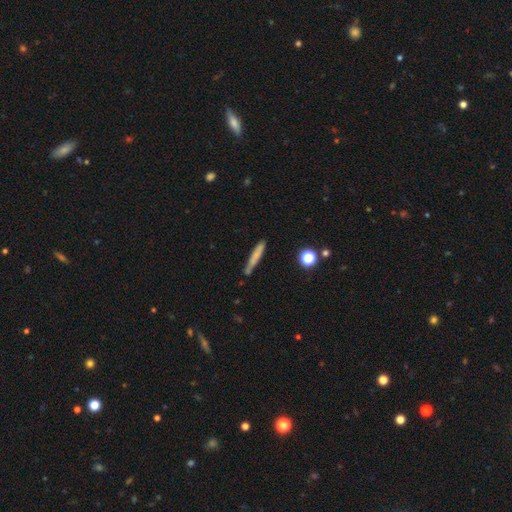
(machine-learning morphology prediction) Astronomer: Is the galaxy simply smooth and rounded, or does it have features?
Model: smooth — 69%.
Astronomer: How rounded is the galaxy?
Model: cigar-shaped — 94%.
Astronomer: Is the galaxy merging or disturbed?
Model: none — 77%.